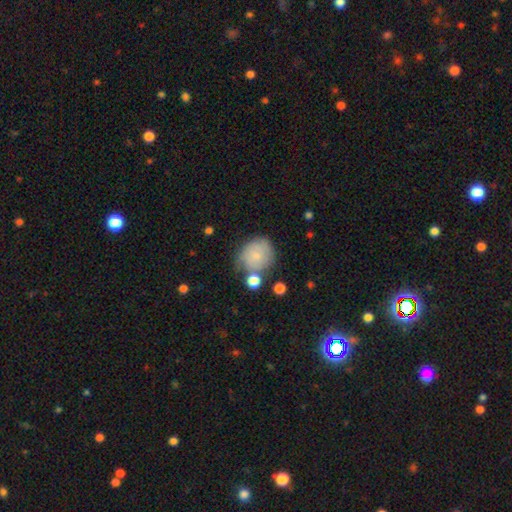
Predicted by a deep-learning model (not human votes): smooth 72%, featured or disk 19%, star or artifact 8%. Down the decision tree: how rounded — round (80%); merging — none (54%).